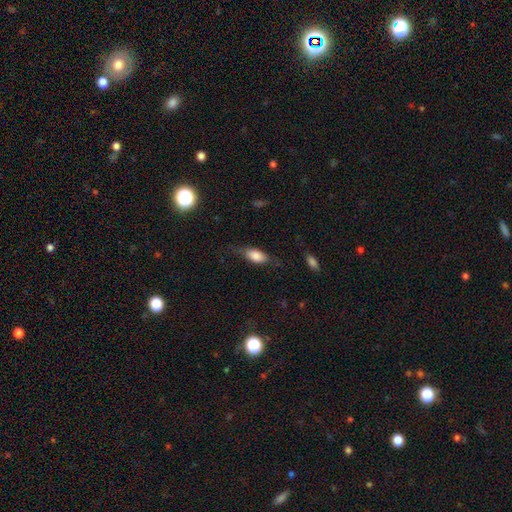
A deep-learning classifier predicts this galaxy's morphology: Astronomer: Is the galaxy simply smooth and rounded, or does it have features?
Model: smooth — 74%.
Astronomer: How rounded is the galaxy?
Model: in between — 81%.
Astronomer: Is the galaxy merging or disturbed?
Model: none — 60%.